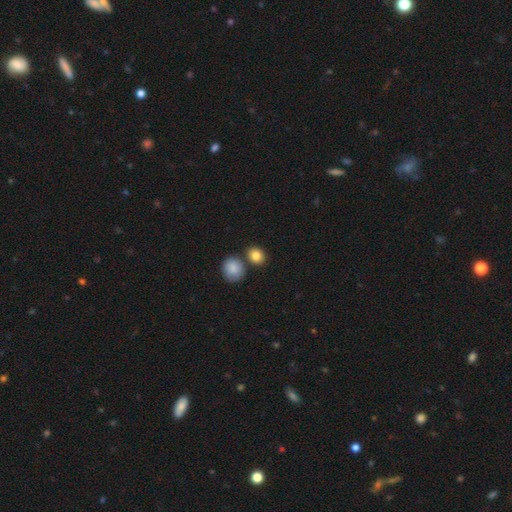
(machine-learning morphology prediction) type=smooth (86%); roundness=round (63%); merging=none (69%).